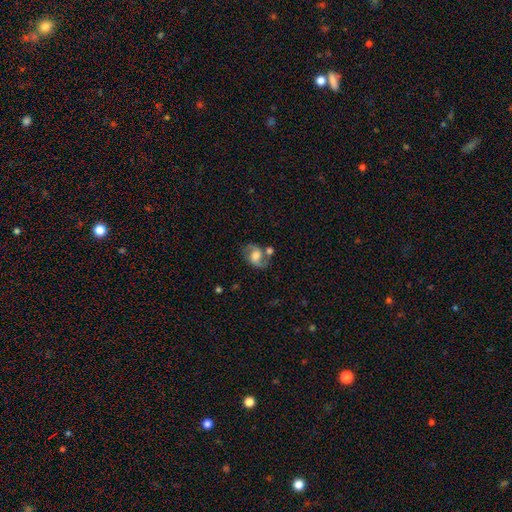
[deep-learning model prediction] smooth-or-featured: featured or disk: 63% | smooth: 28% | star or artifact: 8%
  disk-edge-on: no: 96% | yes: 4%
    bar: no: 45% | weak: 40% | strong: 15%
    has-spiral-arms: yes: 84% | no: 16%
      spiral-winding: medium: 48% | loose: 37% | tight: 15%
      spiral-arm-count: 2: 88% | can't tell: 5% | 1: 4% | 3: 1% | 4: 1% | more than 4: 1%
    bulge-size: moderate: 39% | large: 38% | small: 13% | none: 6% | dominant: 4%
  merging: none: 58% | minor disturbance: 18% | merger: 15% | major disturbance: 9%